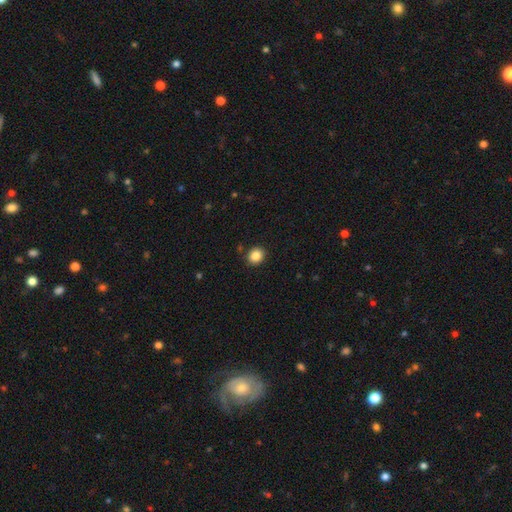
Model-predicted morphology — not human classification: smooth_or_featured: smooth (p=0.86) [alt: star or artifact p=0.10]
how_rounded: round (p=0.80) [alt: in between p=0.19]
merging: none (p=0.90) [alt: minor disturbance p=0.07]